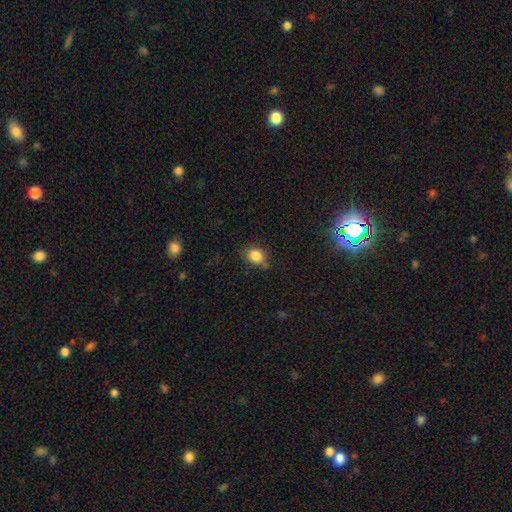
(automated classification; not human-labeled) smooth 83%, star or artifact 11%, featured or disk 6%. Down the decision tree: how rounded — round (64%); merging — none (72%).